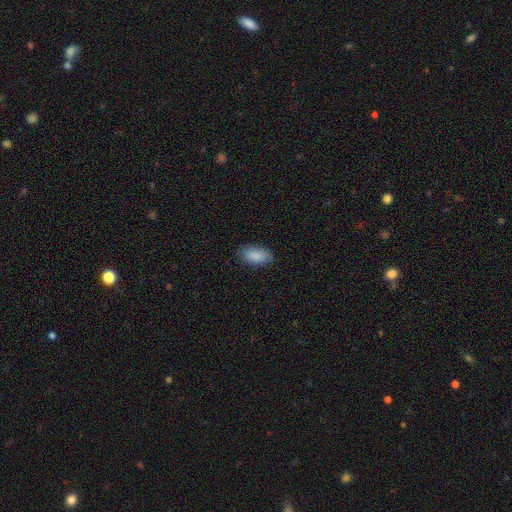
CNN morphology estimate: smooth_or_featured: smooth (p=0.87) [alt: featured or disk p=0.07]
how_rounded: in between (p=0.93) [alt: cigar-shaped p=0.04]
merging: none (p=0.78) [alt: minor disturbance p=0.17]